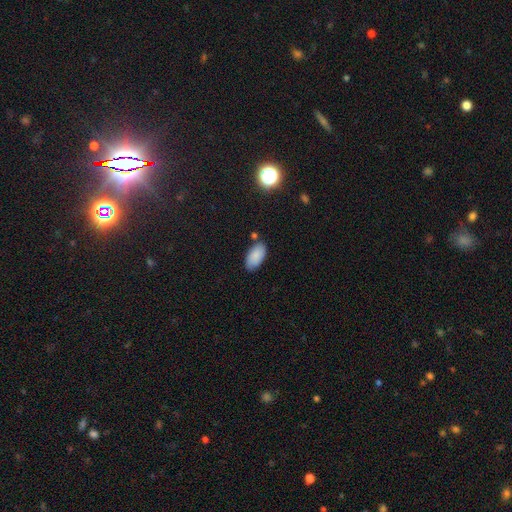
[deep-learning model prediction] smooth_or_featured: smooth (p=0.86) [alt: star or artifact p=0.08]
how_rounded: in between (p=0.95) [alt: cigar-shaped p=0.03]
merging: none (p=0.77) [alt: minor disturbance p=0.16]